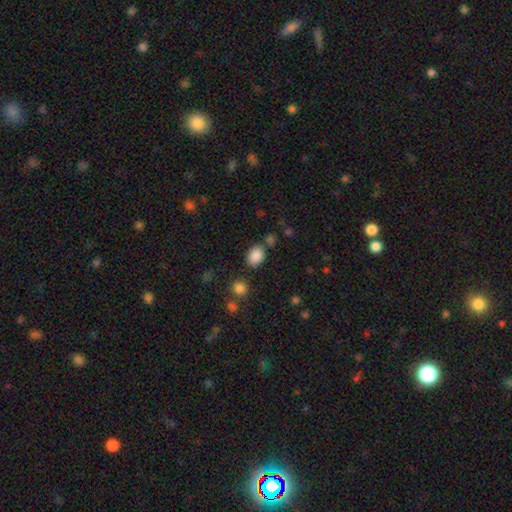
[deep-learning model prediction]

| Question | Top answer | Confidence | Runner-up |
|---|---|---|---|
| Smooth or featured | smooth | 86% | star or artifact (10%) |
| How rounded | in between | 63% | round (36%) |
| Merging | none | 75% | minor disturbance (13%) |